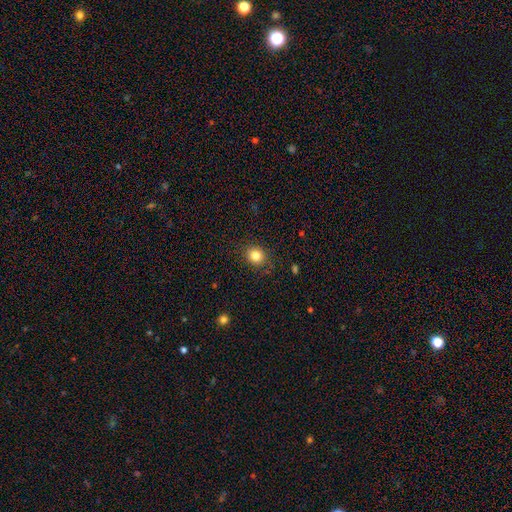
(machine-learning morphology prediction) Smooth or featured? Predicted: smooth (p=0.83). How rounded? Predicted: round (p=0.79). Merging? Predicted: none (p=0.87).